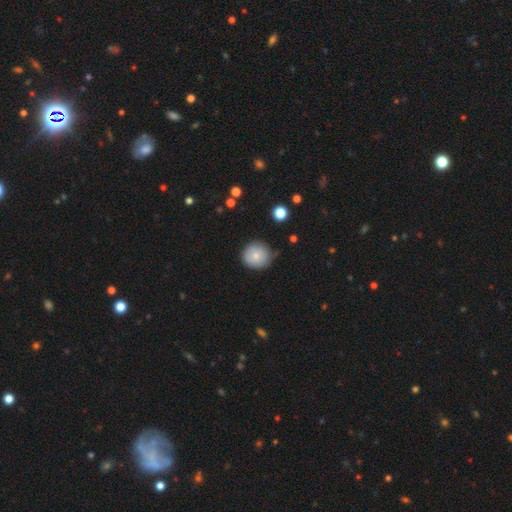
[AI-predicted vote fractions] Smooth or featured? Predicted: smooth (p=0.78). How rounded? Predicted: round (p=0.92). Merging? Predicted: none (p=0.74).